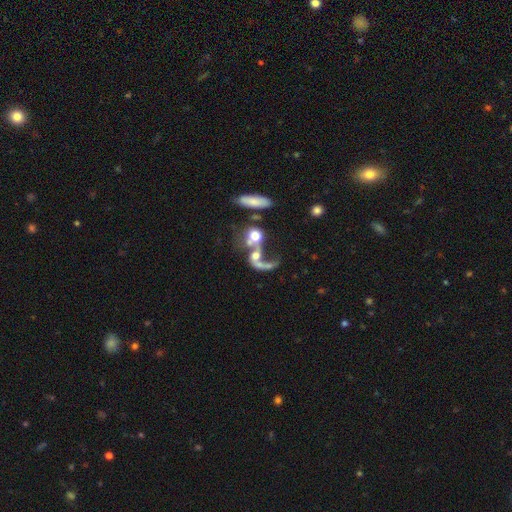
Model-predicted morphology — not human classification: Q: Smooth or featured?
A: featured or disk (54%); runner-up: smooth (27%)
Q: Edge-on disk?
A: no (90%); runner-up: yes (10%)
Q: Merging?
A: merger (50%); runner-up: major disturbance (21%)